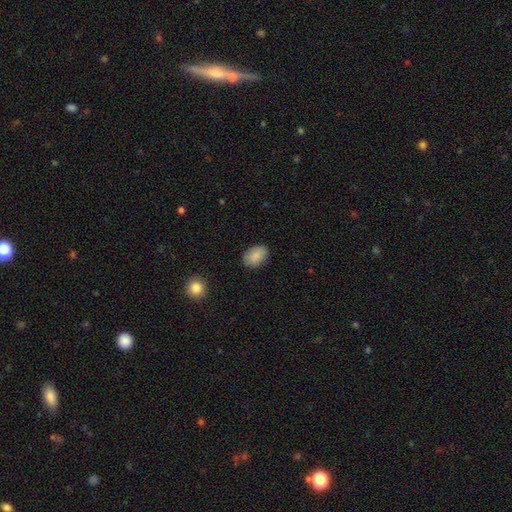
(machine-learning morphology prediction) This is clearly a smooth galaxy (88%). How rounded: clearly in between (85%). Merging: clearly none (84%).